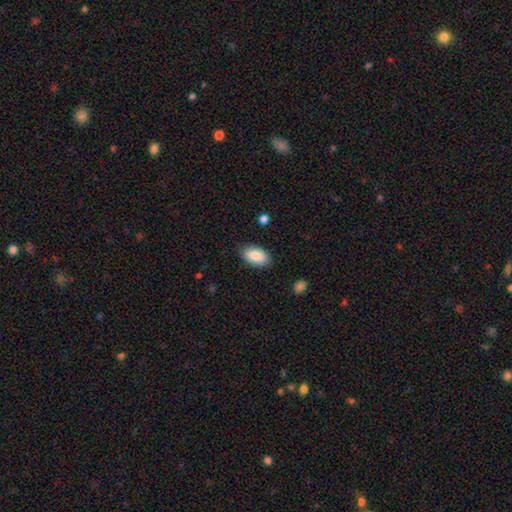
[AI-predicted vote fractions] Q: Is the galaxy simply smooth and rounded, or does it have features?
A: smooth — 88%.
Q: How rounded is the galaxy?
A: in between — 94%.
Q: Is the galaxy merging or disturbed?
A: none — 84%.